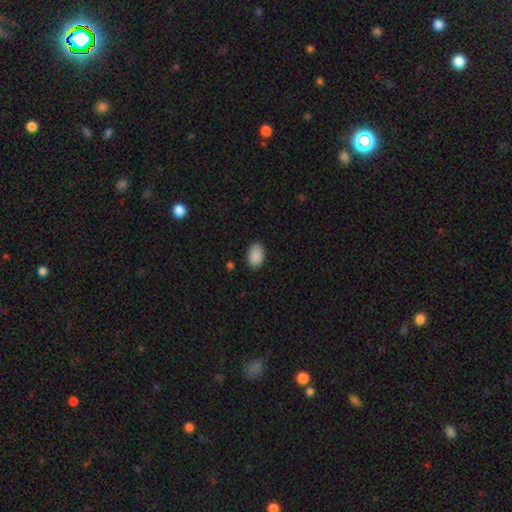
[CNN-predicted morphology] smooth-or-featured: smooth: 90% | star or artifact: 7% | featured or disk: 3%
  how-rounded: in between: 86% | round: 13% | cigar-shaped: 1%
  merging: none: 86% | minor disturbance: 11% | major disturbance: 2% | merger: 1%